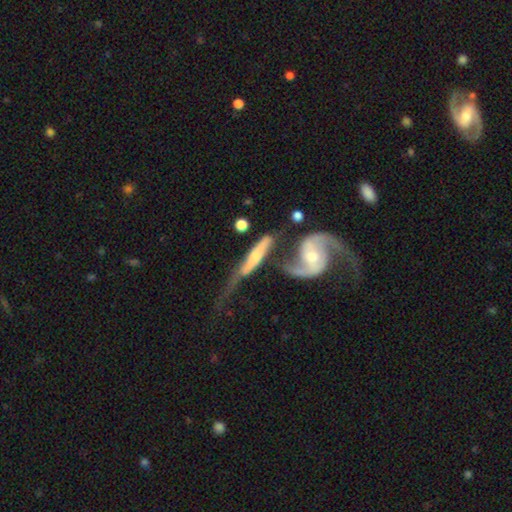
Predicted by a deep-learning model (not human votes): smooth_or_featured: featured or disk (p=0.66) [alt: smooth p=0.28]
disk_edge_on: no (p=0.53) [alt: yes p=0.47]
merging: merger (p=0.37) [alt: none p=0.26]